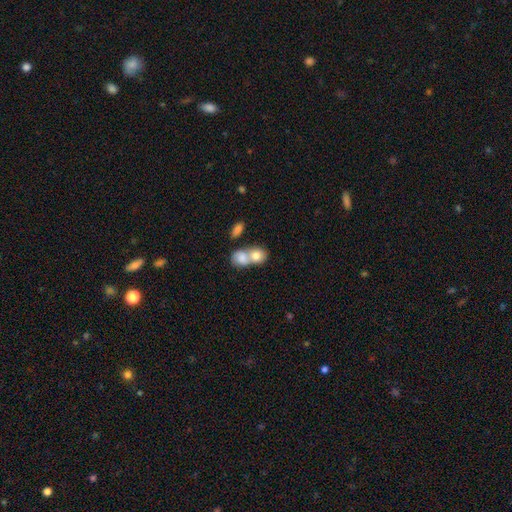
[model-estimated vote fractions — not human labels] A smooth galaxy with no disk features (77%) that is round (51%).

Vote fractions:
- Smooth or featured? smooth: 77% / featured or disk: 15% / star or artifact: 7%
- How rounded? round: 51% / in between: 47% / cigar-shaped: 2%
- Merging? merger: 69% / none: 21% / minor disturbance: 6% / major disturbance: 3%